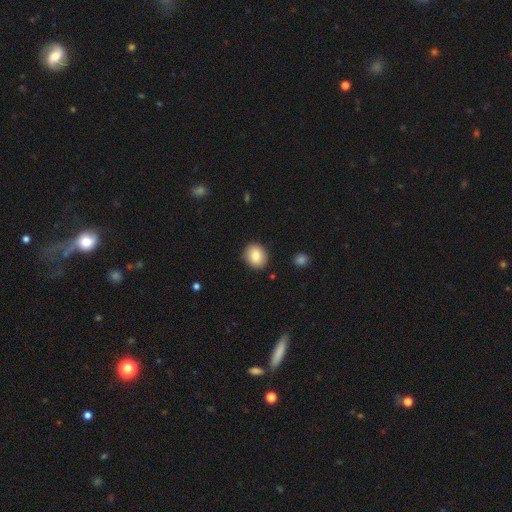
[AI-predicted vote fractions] A smooth galaxy with no disk features (84%) that is round (67%).

Vote fractions:
- Smooth or featured? smooth: 84% / star or artifact: 8% / featured or disk: 8%
- How rounded? round: 67% / in between: 32% / cigar-shaped: 1%
- Merging? none: 88% / minor disturbance: 9% / major disturbance: 2% / merger: 2%